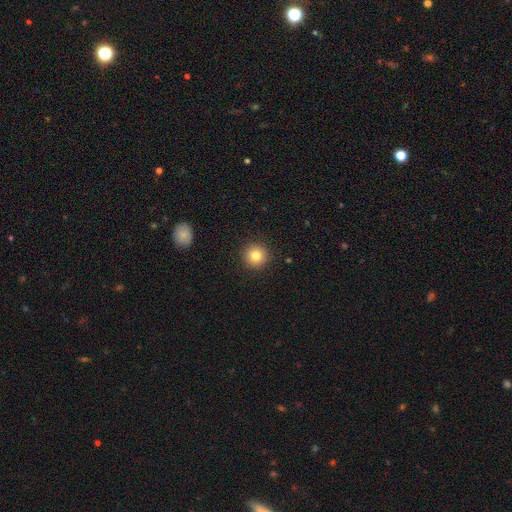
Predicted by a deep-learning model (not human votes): smooth_or_featured: smooth (p=0.82) [alt: star or artifact p=0.11]
how_rounded: round (p=0.95) [alt: in between p=0.04]
merging: none (p=0.92) [alt: minor disturbance p=0.05]